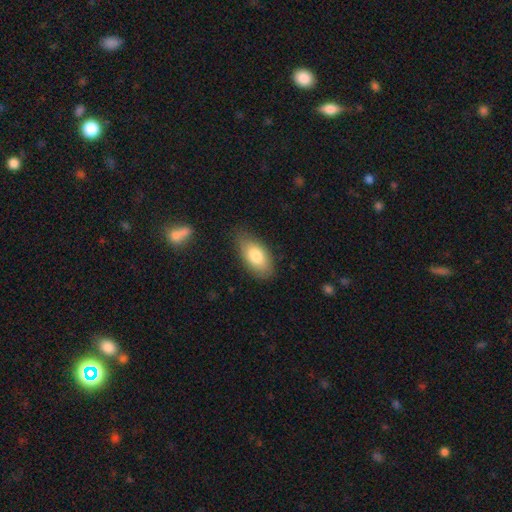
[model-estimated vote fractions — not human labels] smooth 80%, featured or disk 14%, star or artifact 6%. Down the decision tree: how rounded — in between (93%); merging — none (75%).